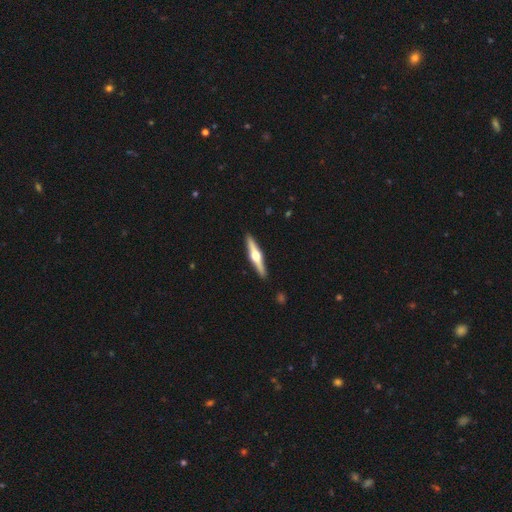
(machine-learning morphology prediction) Smooth or featured?
  - featured or disk: 74% *
  - smooth: 22%
  - star or artifact: 4%
Edge-on disk?
  - yes: 98% *
  - no: 2%
Edge-on bulge?
  - rounded: 96% *
  - boxy: 3%
  - none: 2%
Merging?
  - none: 92% *
  - minor disturbance: 6%
  - major disturbance: 1%
  - merger: 1%